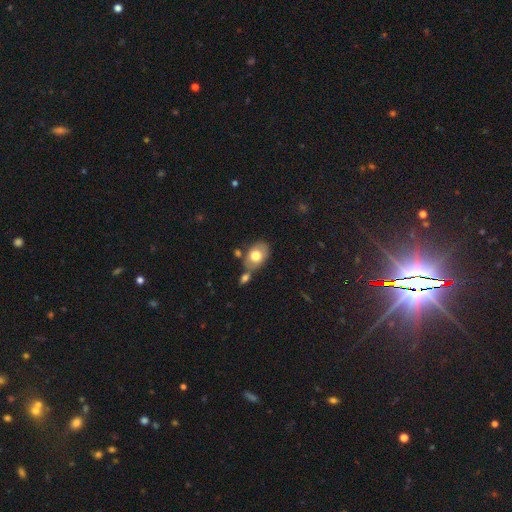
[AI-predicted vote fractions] A smooth galaxy with no disk features (72%) that is in between round and cigar-shaped (77%). Merging: none (55%).